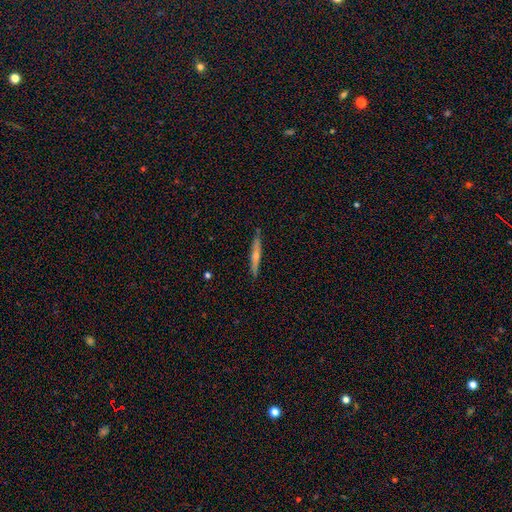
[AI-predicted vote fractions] A featured or disk galaxy (54%) viewed edge-on (96%) with a rounded central bulge (76%). Merging: none (88%).